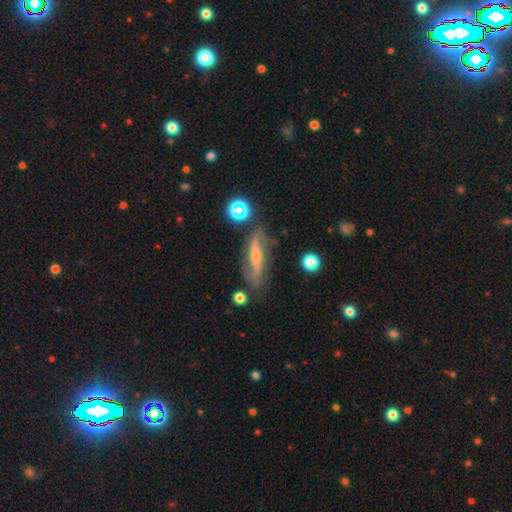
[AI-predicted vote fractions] Overall: featured or disk (72%). Edge-on disk: no (53%; yes 47%). Merging: none (68%).